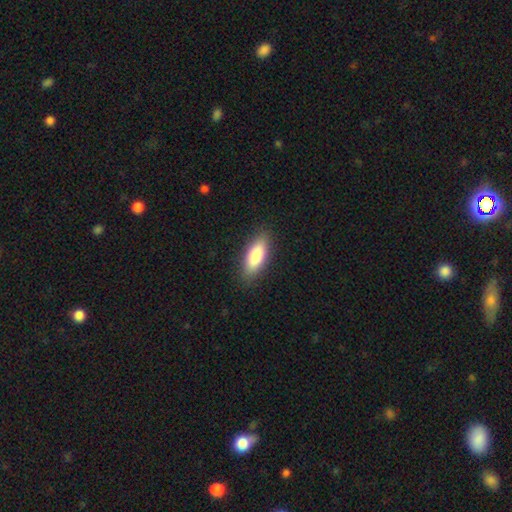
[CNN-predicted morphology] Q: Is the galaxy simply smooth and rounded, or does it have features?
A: smooth — 82%.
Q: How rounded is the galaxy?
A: in between — 67%.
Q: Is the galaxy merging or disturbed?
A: none — 88%.